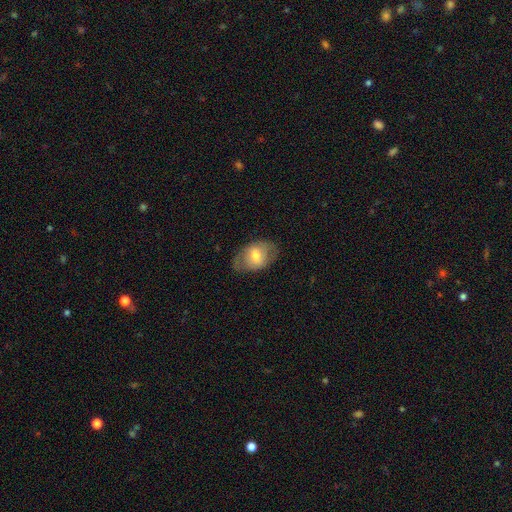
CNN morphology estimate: smooth 57%, featured or disk 36%, star or artifact 7%. Down the decision tree: how rounded — in between (81%); merging — none (71%).